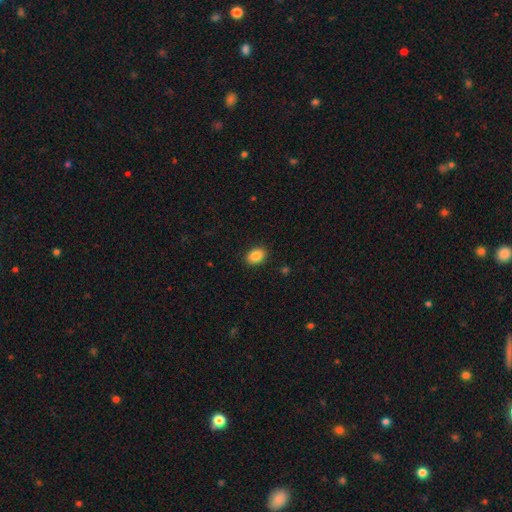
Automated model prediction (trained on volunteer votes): Q: Smooth or featured?
A: smooth (87%); runner-up: star or artifact (8%)
Q: How rounded?
A: in between (71%); runner-up: round (28%)
Q: Merging?
A: none (90%); runner-up: minor disturbance (7%)